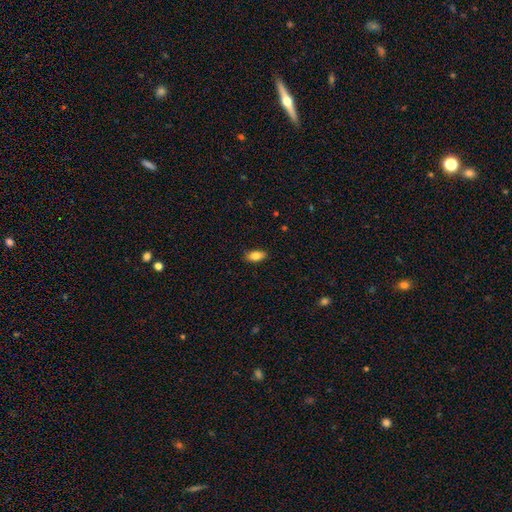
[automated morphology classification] Smooth or featured?
  - smooth: 84% *
  - featured or disk: 9%
  - star or artifact: 7%
How rounded?
  - in between: 89% *
  - cigar-shaped: 7%
  - round: 3%
Merging?
  - none: 87% *
  - minor disturbance: 10%
  - major disturbance: 2%
  - merger: 1%